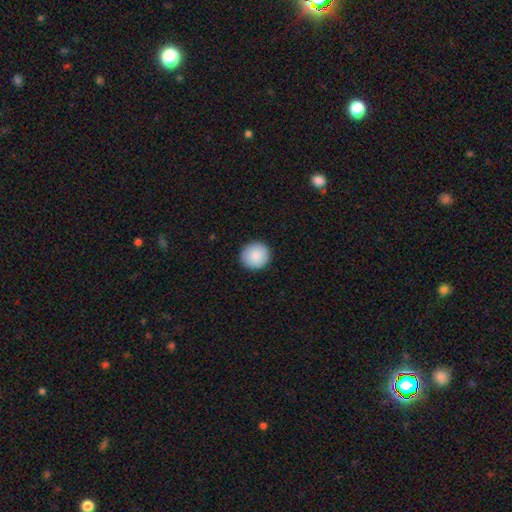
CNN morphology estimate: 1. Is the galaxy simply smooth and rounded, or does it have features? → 89% smooth, 7% star or artifact, 4% featured or disk.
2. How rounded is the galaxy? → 95% round, 4% in between, 1% cigar-shaped.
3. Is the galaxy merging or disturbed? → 92% none, 5% minor disturbance, 2% major disturbance, 1% merger.